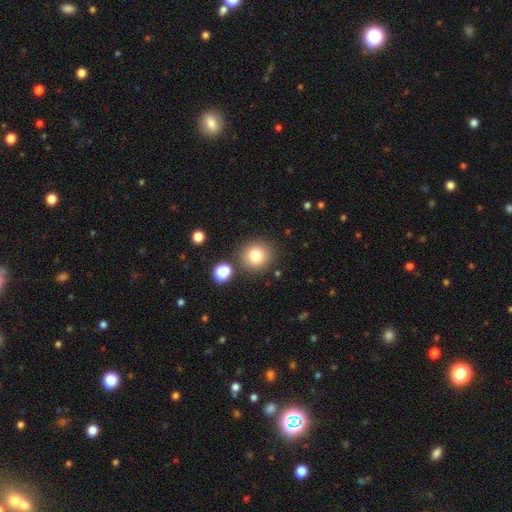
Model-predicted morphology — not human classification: type=smooth (80%); roundness=round (89%); merging=none (81%).